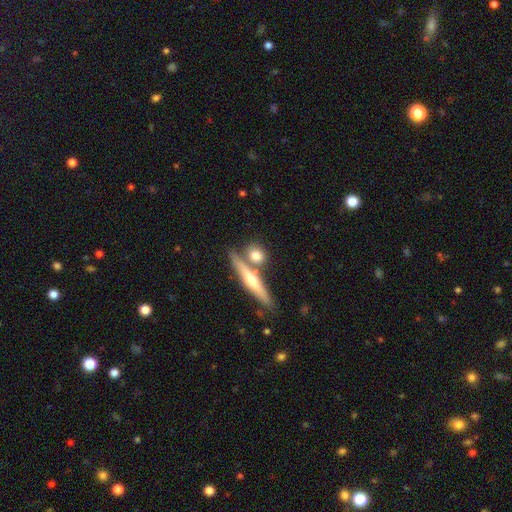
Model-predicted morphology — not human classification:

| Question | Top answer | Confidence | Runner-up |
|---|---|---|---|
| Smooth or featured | smooth | 64% | featured or disk (29%) |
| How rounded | round | 49% | cigar-shaped (27%) |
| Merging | none | 63% | merger (23%) |